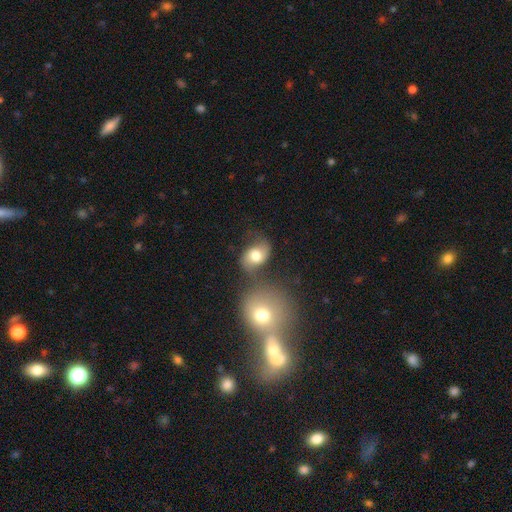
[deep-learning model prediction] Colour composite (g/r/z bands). It shows a smooth galaxy with no disk features (56%) that is in between round and cigar-shaped (63%). Merging: none (47%).